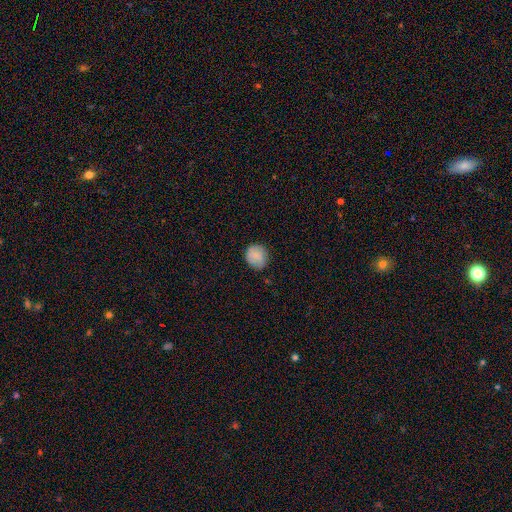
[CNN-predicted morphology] type=smooth (84%); roundness=round (84%); merging=none (81%).